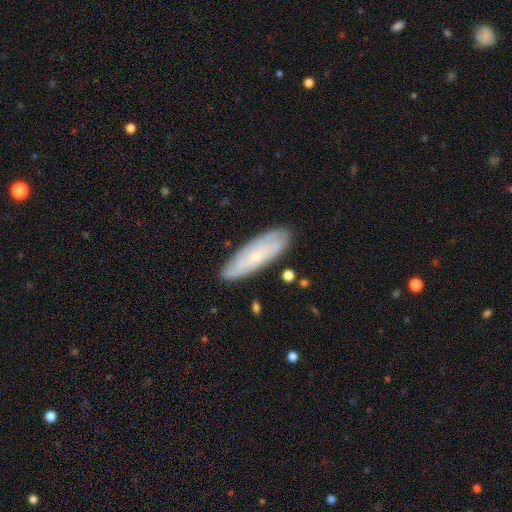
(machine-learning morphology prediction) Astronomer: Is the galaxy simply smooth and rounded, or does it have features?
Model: featured or disk — 53% (runner-up: smooth, 40%).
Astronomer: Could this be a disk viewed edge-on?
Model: no — 73%.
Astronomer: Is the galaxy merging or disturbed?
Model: none — 83%.